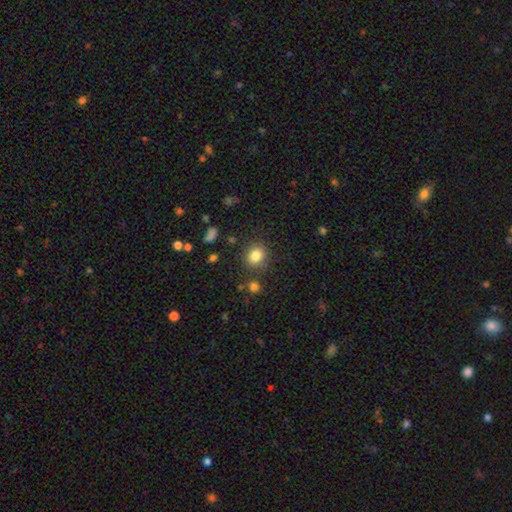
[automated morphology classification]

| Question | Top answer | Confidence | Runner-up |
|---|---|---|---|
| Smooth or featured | smooth | 83% | star or artifact (11%) |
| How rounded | round | 68% | in between (31%) |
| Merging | none | 84% | minor disturbance (10%) |